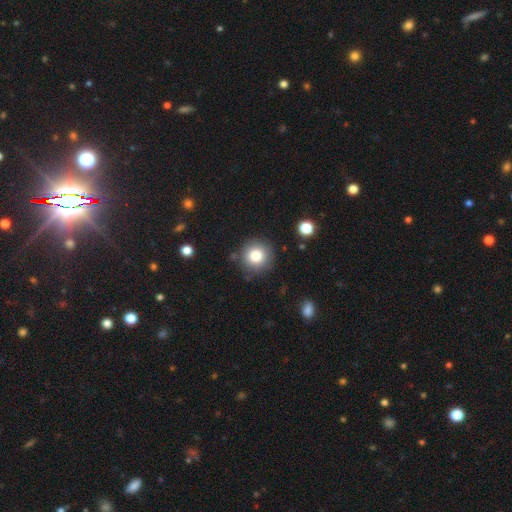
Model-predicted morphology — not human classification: This appears to be a smooth galaxy with no disk features (82%) that is round (94%). Merging: none (84%).